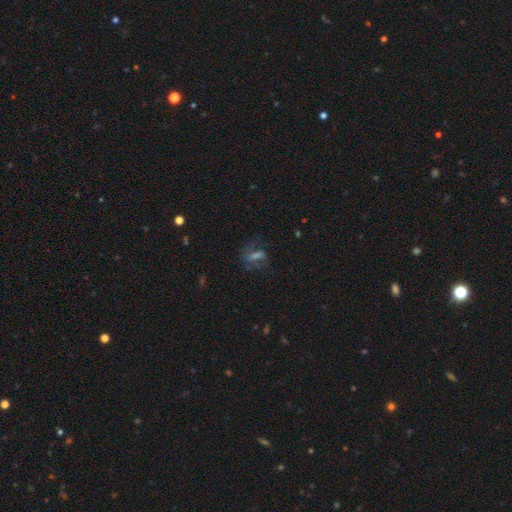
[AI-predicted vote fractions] featured or disk 41%, smooth 35%, star or artifact 24%. Down the decision tree: merging — none (62%).